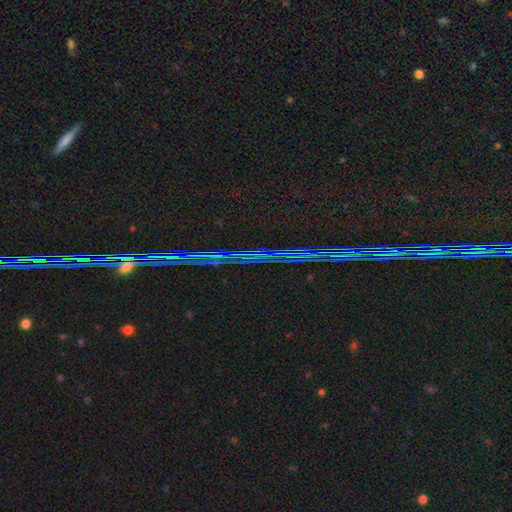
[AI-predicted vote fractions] This appears to be a star or artifact, not a galaxy (88%).